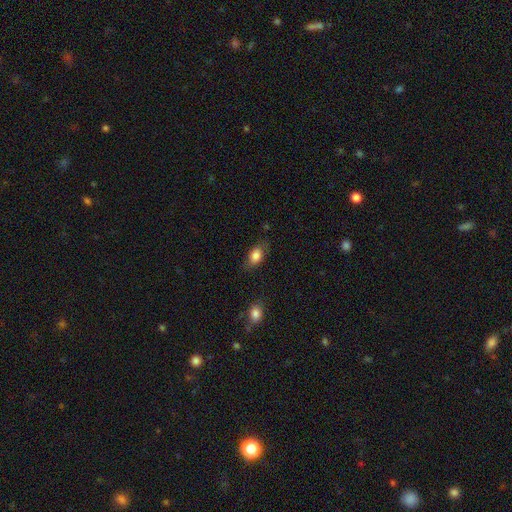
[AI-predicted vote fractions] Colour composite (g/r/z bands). It shows a smooth galaxy with no disk features (82%) that is in between round and cigar-shaped (84%). Merging: none (72%).